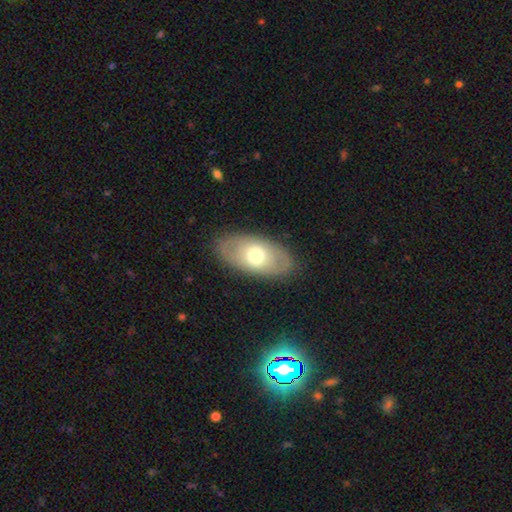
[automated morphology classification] This is likely a smooth galaxy (61%). How rounded: clearly in between (91%). Merging: clearly none (85%).